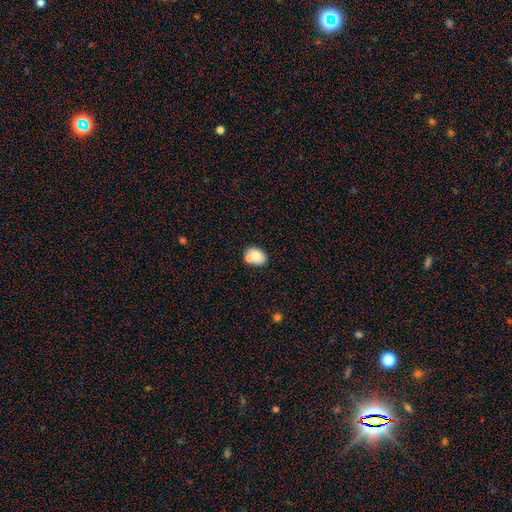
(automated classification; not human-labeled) Morphology: type=smooth (71%); roundness=in between (61%); merging=none (56%).